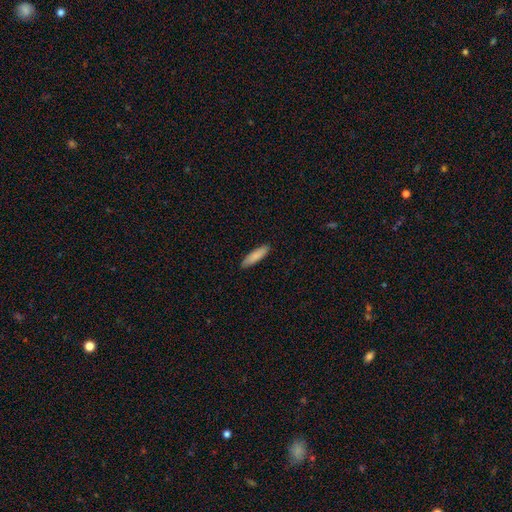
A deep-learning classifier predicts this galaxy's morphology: smooth 85%, featured or disk 9%, star or artifact 6%. Down the decision tree: how rounded — cigar-shaped (66%); merging — none (88%).